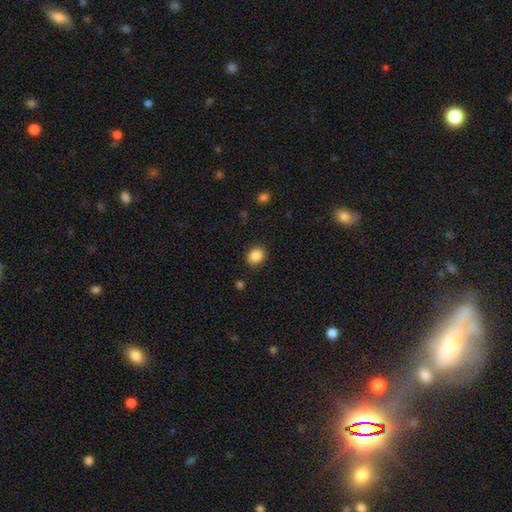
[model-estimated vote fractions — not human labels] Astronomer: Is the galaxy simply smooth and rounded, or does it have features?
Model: smooth — 87%.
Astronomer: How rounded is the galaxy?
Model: round — 51% (runner-up: in between, 48%).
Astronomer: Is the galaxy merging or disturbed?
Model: none — 87%.